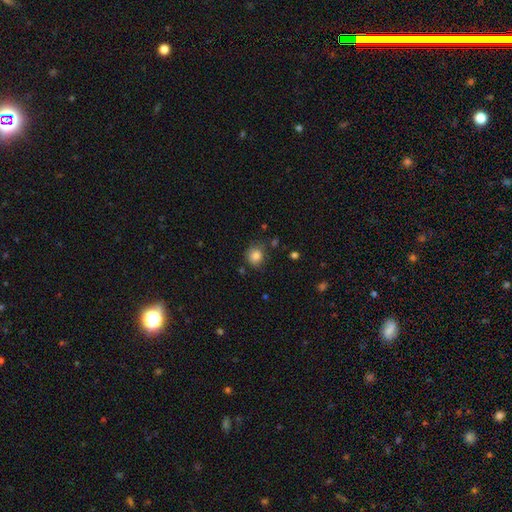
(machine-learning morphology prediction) Q: Smooth or featured?
A: smooth (83%); runner-up: star or artifact (11%)
Q: How rounded?
A: round (80%); runner-up: in between (19%)
Q: Merging?
A: none (75%); runner-up: minor disturbance (18%)